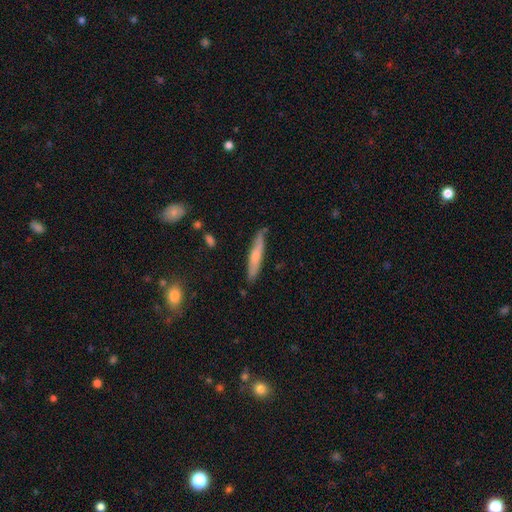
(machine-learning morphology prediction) smooth 56%, featured or disk 38%, star or artifact 6%. Down the decision tree: how rounded — cigar-shaped (92%); merging — none (80%).